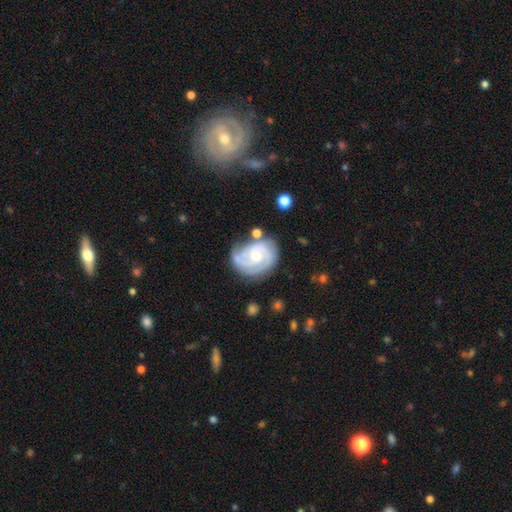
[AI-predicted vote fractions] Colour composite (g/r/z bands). It shows a featured or disk galaxy (85%) with no bar (66%), 2 (43%) tight (62%) spiral arms (96%) and a small central bulge (51%). Merging: none (64%).